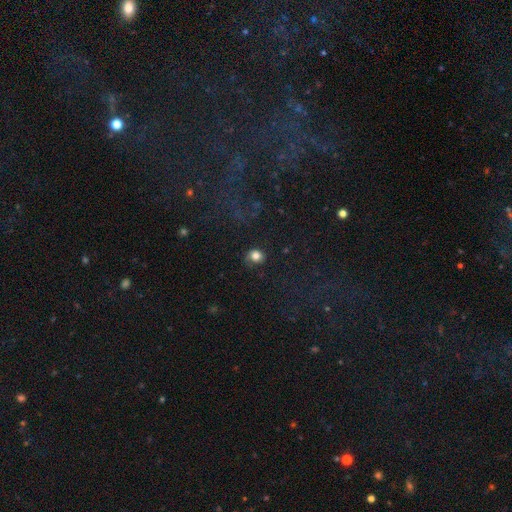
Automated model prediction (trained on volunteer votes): smooth_or_featured: smooth (p=0.79) [alt: star or artifact p=0.11]
how_rounded: round (p=0.73) [alt: in between p=0.26]
merging: none (p=0.66) [alt: minor disturbance p=0.22]